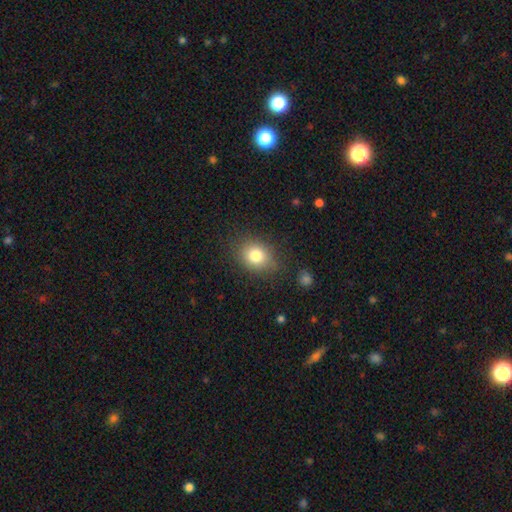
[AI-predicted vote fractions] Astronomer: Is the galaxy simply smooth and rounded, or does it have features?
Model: smooth — 80%.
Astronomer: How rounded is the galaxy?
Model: round — 52% (runner-up: in between, 47%).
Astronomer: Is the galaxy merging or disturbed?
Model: none — 81%.